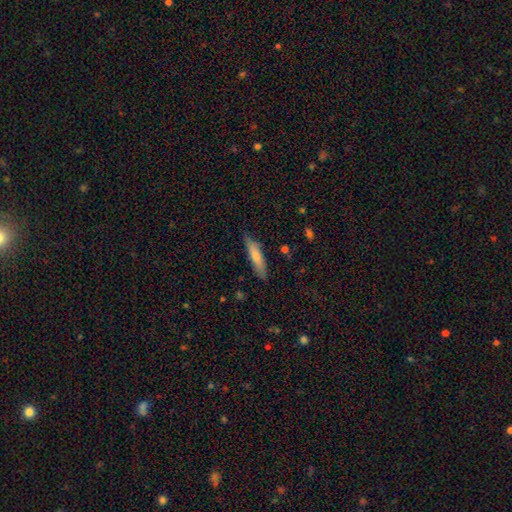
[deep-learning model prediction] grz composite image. It shows a smooth galaxy with no disk features (73%) that is cigar-shaped (78%). Merging: none (76%).